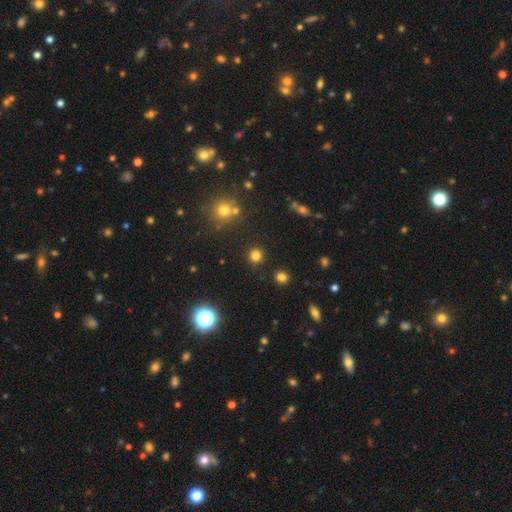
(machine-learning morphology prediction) A smooth galaxy with no disk features (79%) that is round (93%).

Vote fractions:
- Smooth or featured? smooth: 79% / star or artifact: 16% / featured or disk: 5%
- How rounded? round: 93% / in between: 6% / cigar-shaped: 1%
- Merging? none: 90% / minor disturbance: 5% / merger: 3% / major disturbance: 2%